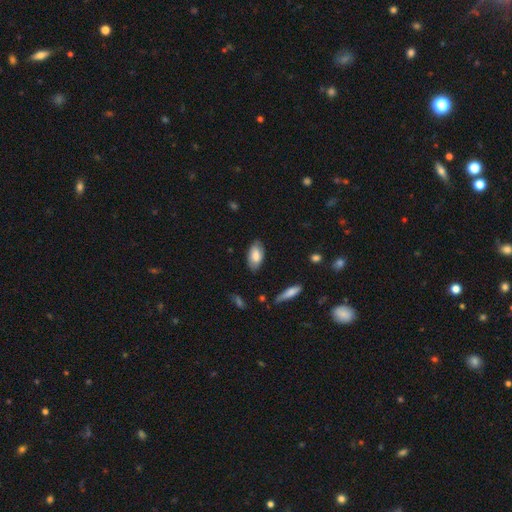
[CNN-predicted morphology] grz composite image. It shows a smooth galaxy with no disk features (74%) that is in between round and cigar-shaped (93%). Merging: none (80%).